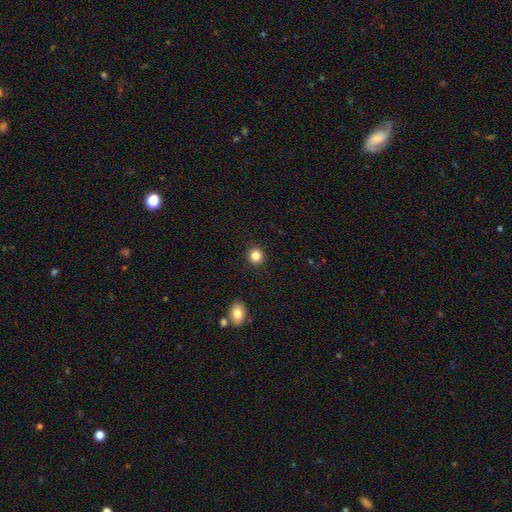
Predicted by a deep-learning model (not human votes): smooth_or_featured: smooth (p=0.85) [alt: star or artifact p=0.11]
how_rounded: round (p=0.91) [alt: in between p=0.08]
merging: none (p=0.92) [alt: minor disturbance p=0.05]